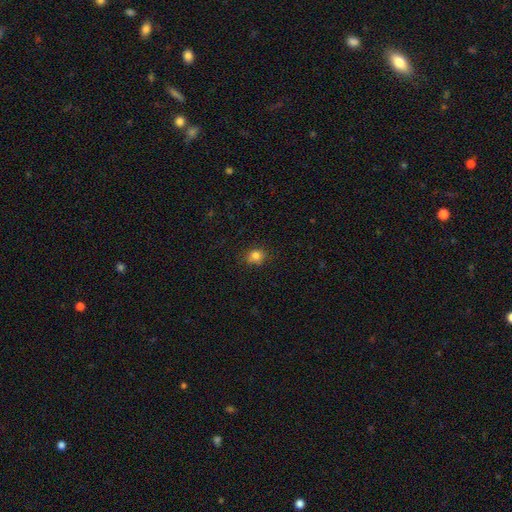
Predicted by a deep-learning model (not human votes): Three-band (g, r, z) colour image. It shows a smooth galaxy with no disk features (80%) that is round (74%). Merging: none (75%).